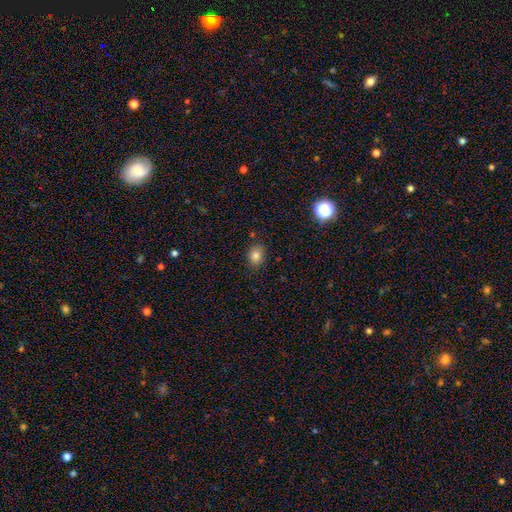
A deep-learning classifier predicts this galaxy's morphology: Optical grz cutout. It shows a smooth galaxy with no disk features (81%) that is in between round and cigar-shaped (51%). Merging: none (84%).